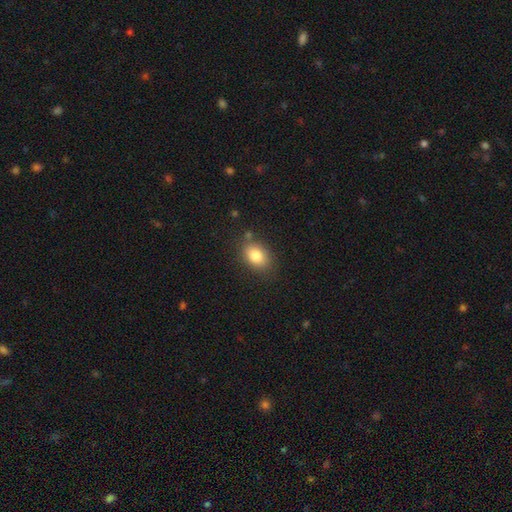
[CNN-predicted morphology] Smooth or featured: smooth — 82% (star or artifact — 9%)
How rounded: in between — 77% (round — 22%)
Merging: none — 78% (minor disturbance — 15%)